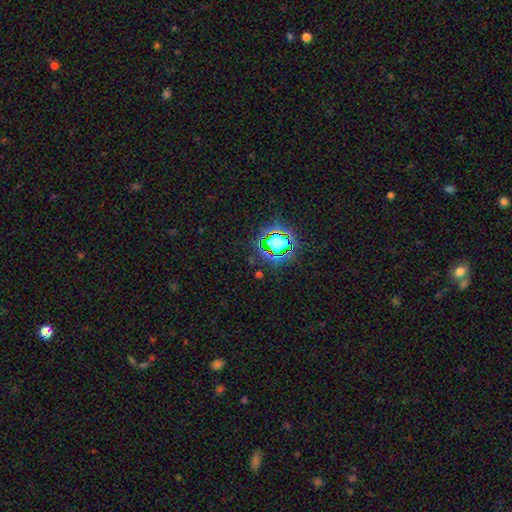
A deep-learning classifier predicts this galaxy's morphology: smooth-or-featured: star or artifact: 79% | smooth: 13% | featured or disk: 8%